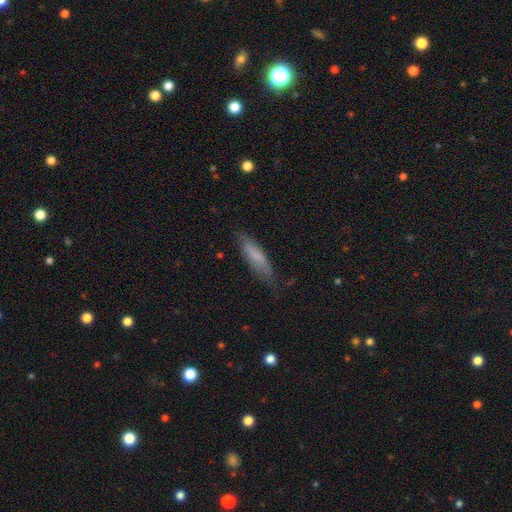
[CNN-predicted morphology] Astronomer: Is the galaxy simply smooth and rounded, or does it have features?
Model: smooth — 70%.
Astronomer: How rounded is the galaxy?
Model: cigar-shaped — 71%.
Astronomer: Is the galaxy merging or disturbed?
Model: none — 72%.